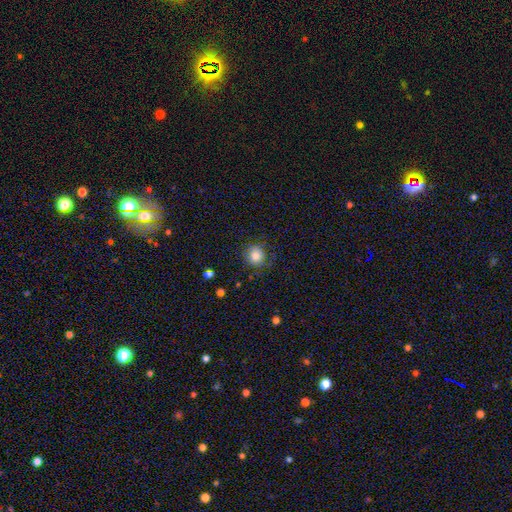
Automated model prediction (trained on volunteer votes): Morphology: type=smooth (83%); roundness=round (88%); merging=none (81%).